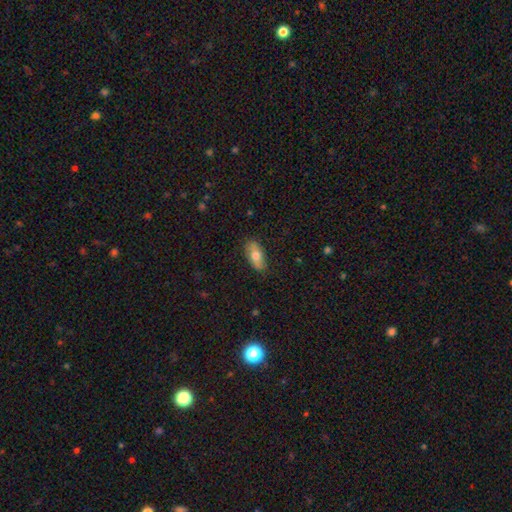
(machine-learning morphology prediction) Q: Smooth or featured?
A: smooth (68%); runner-up: featured or disk (25%)
Q: How rounded?
A: in between (83%); runner-up: cigar-shaped (13%)
Q: Merging?
A: none (84%); runner-up: minor disturbance (12%)